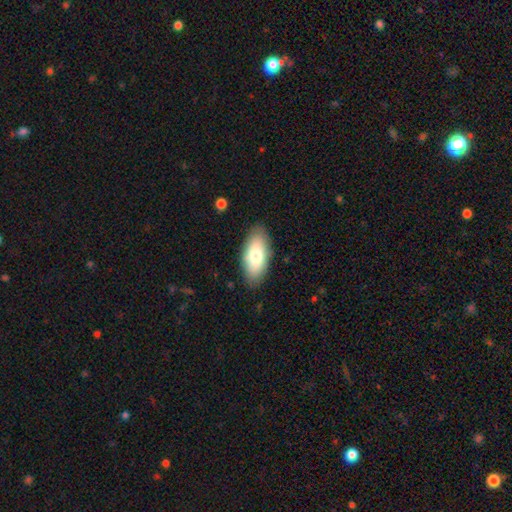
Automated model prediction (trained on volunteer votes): This is likely a smooth galaxy (77%). How rounded: clearly in between (89%). Merging: clearly none (85%).